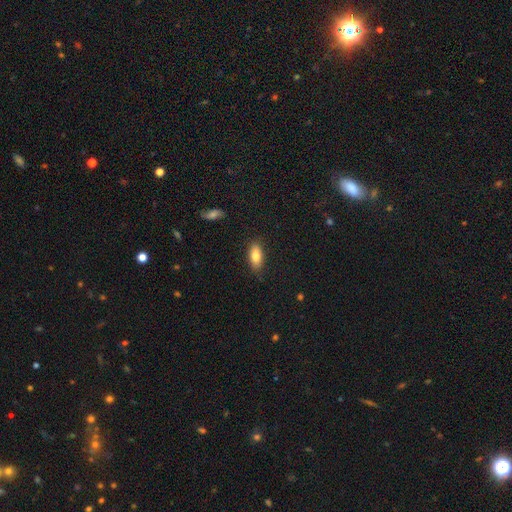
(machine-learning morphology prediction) Smooth or featured? smooth (78%)
How rounded? in between (81%)
Merging? none (86%)